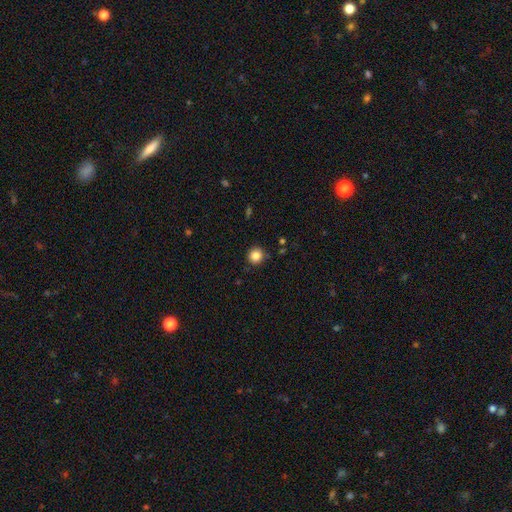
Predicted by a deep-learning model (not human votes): This is clearly a smooth galaxy (85%). How rounded: clearly round (92%). Merging: clearly none (86%).